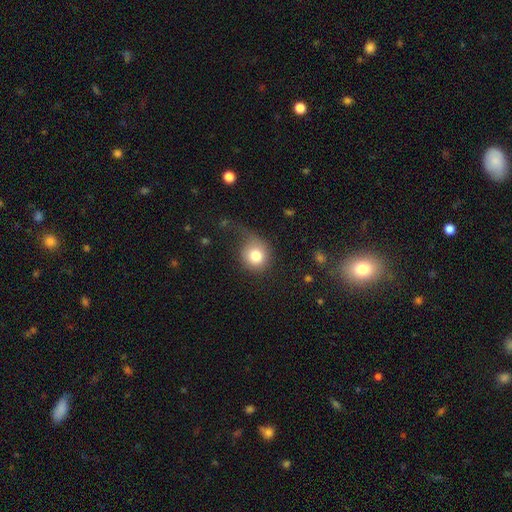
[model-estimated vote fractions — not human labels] Smooth or featured? Predicted: smooth (p=0.81). How rounded? Predicted: round (p=0.82). Merging? Predicted: none (p=0.43).